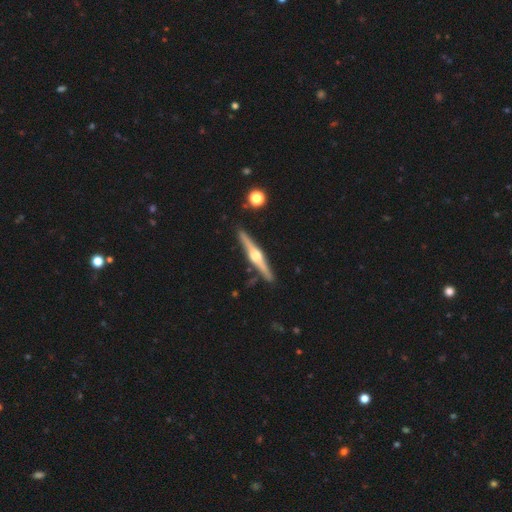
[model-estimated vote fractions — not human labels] This appears to be a featured or disk galaxy (83%) viewed edge-on (98%) with a rounded central bulge (95%). Merging: none (90%).